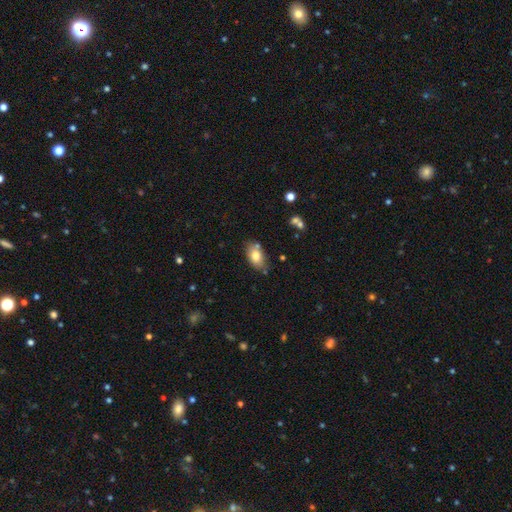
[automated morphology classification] Smooth or featured? smooth (78%)
How rounded? in between (91%)
Merging? none (73%)